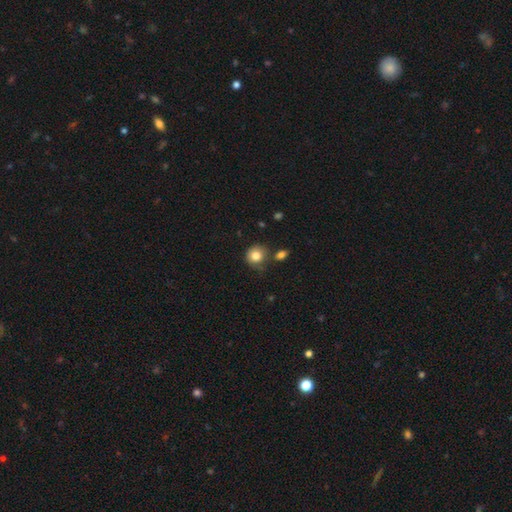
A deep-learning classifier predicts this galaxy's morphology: Smooth or featured? Predicted: smooth (p=0.82). How rounded? Predicted: round (p=0.86). Merging? Predicted: none (p=0.67).